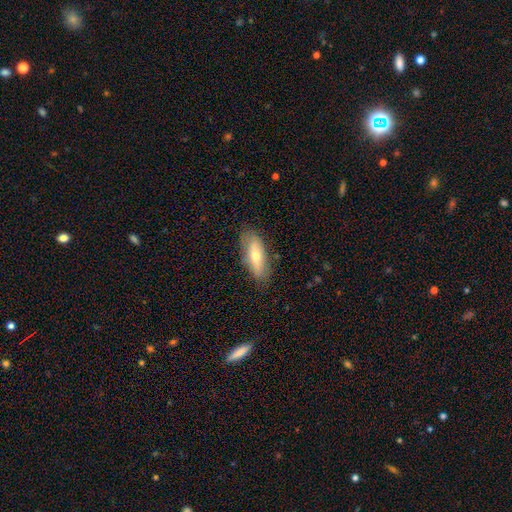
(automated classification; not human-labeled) The model was most divided on "smooth or featured": smooth: 60%, featured or disk: 34%, star or artifact: 7%. More confident: merging — none (81%); how rounded — in between (64%).